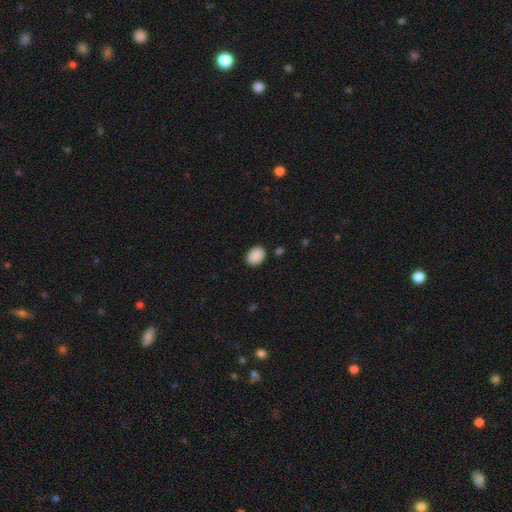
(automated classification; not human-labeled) This is clearly a smooth galaxy (90%). How rounded: likely in between (68%). Merging: clearly none (87%).